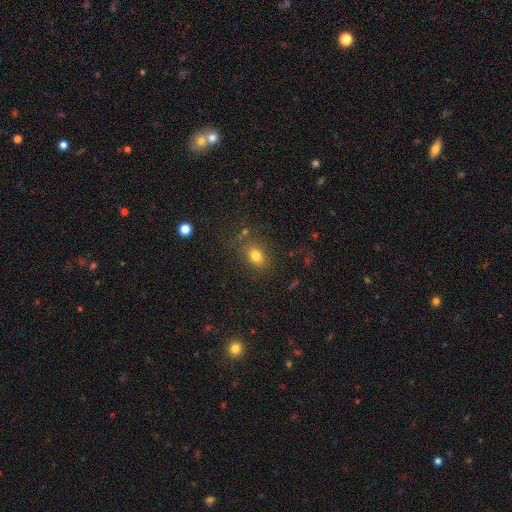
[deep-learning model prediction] Overall: smooth (78%). How rounded: in between (73%). Merging: none (73%).